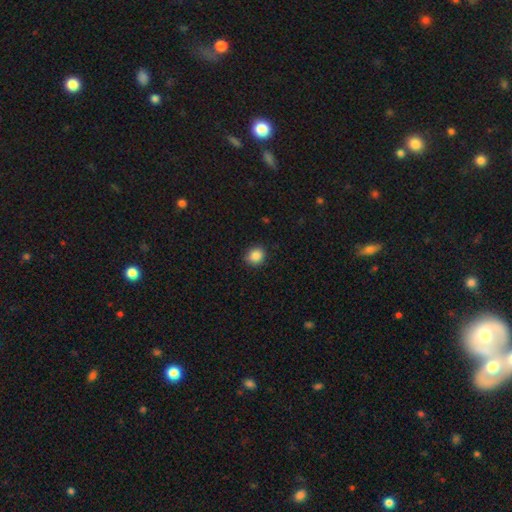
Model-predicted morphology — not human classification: A smooth galaxy with no disk features (88%) that is round (81%). Merging: none (87%).